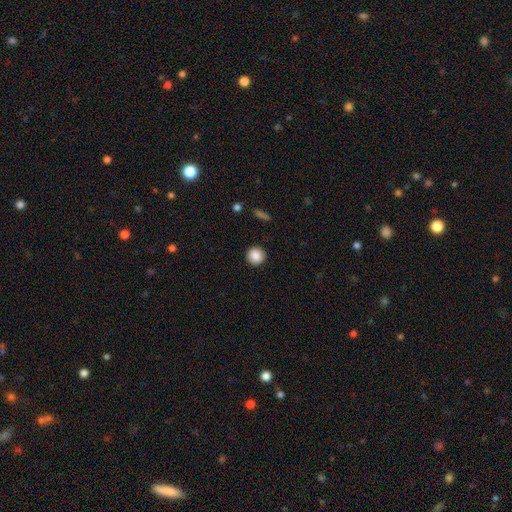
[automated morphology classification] smooth 87%, star or artifact 8%, featured or disk 5%. Down the decision tree: how rounded — round (92%); merging — none (91%).